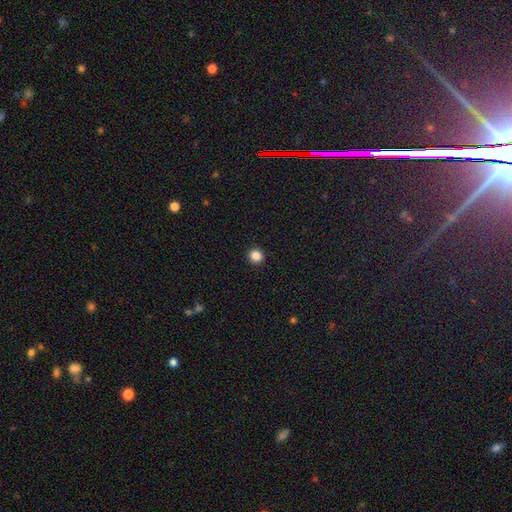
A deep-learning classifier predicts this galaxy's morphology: Smooth or featured? smooth (86%)
How rounded? round (92%)
Merging? none (93%)